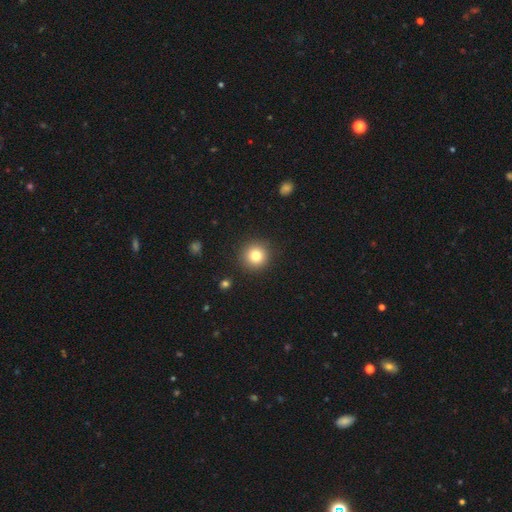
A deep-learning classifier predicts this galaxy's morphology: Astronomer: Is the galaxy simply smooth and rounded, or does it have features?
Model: smooth — 80%.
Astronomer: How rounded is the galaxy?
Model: round — 95%.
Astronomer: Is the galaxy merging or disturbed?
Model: none — 91%.